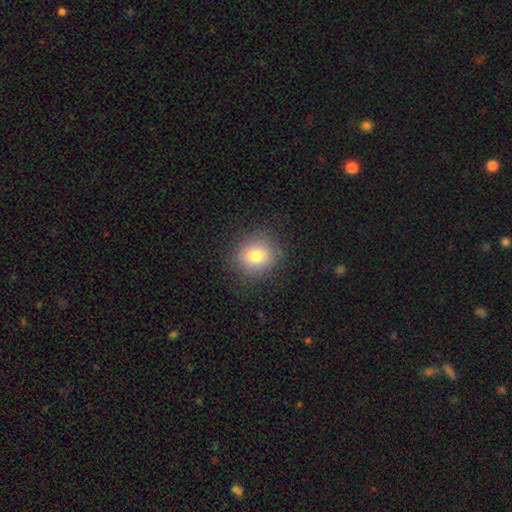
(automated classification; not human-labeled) Smooth or featured?
  - smooth: 79% *
  - star or artifact: 11%
  - featured or disk: 9%
How rounded?
  - round: 85% *
  - in between: 14%
  - cigar-shaped: 1%
Merging?
  - none: 87% *
  - minor disturbance: 9%
  - major disturbance: 4%
  - merger: 1%